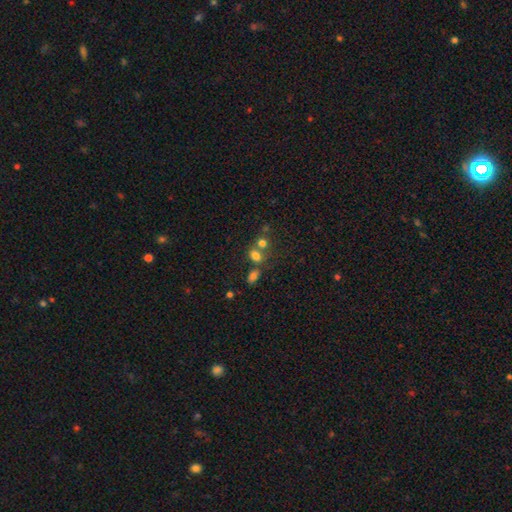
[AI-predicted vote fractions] This is likely a smooth galaxy (73%). How rounded: possibly in between (57%). Merging: marginally none (43%).